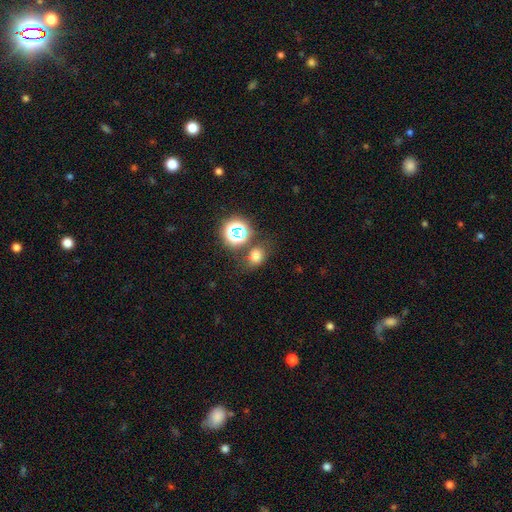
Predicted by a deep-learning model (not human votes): smooth 69%, star or artifact 22%, featured or disk 8%. Down the decision tree: how rounded — round (56%); merging — none (69%).